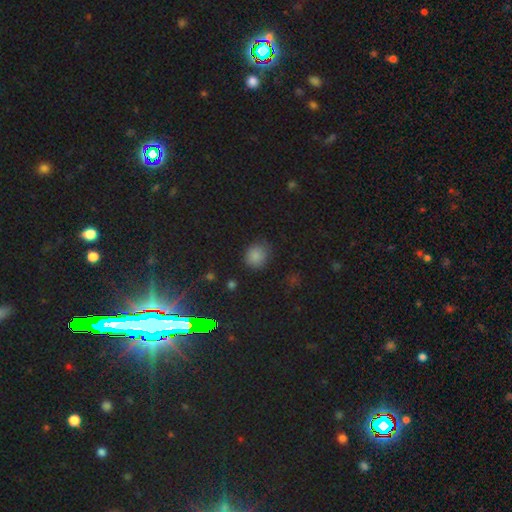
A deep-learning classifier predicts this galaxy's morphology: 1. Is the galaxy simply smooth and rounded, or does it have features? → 79% smooth, 16% star or artifact, 5% featured or disk.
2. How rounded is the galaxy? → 78% round, 20% in between, 1% cigar-shaped.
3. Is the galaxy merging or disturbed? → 78% none, 16% minor disturbance, 4% major disturbance, 2% merger.